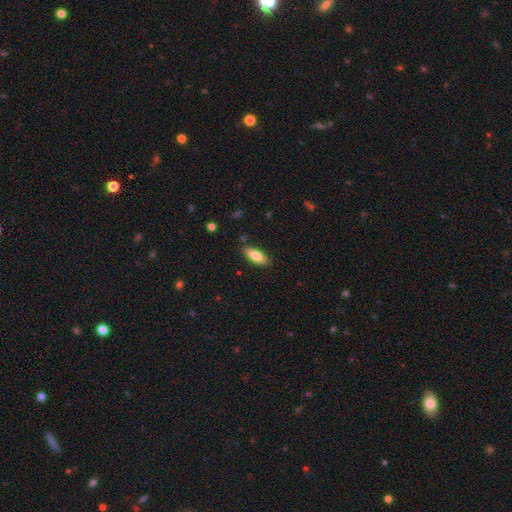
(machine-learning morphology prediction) Smooth or featured?
  - smooth: 76% *
  - featured or disk: 17%
  - star or artifact: 6%
How rounded?
  - in between: 71% *
  - cigar-shaped: 27%
  - round: 2%
Merging?
  - none: 86% *
  - minor disturbance: 10%
  - major disturbance: 2%
  - merger: 2%